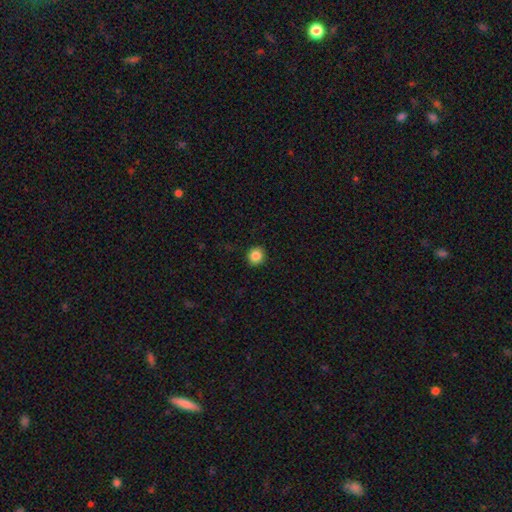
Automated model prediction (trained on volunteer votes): Smooth or featured: smooth — 85% (star or artifact — 10%)
How rounded: round — 82% (in between — 17%)
Merging: none — 91% (minor disturbance — 7%)